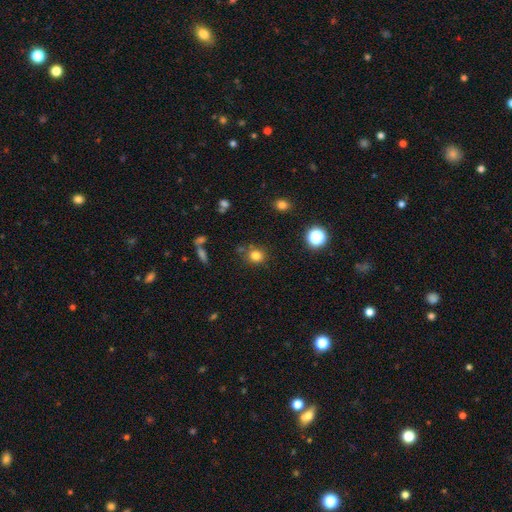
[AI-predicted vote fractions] Q: Smooth or featured?
A: smooth (80%); runner-up: star or artifact (14%)
Q: How rounded?
A: round (81%); runner-up: in between (18%)
Q: Merging?
A: none (77%); runner-up: minor disturbance (12%)